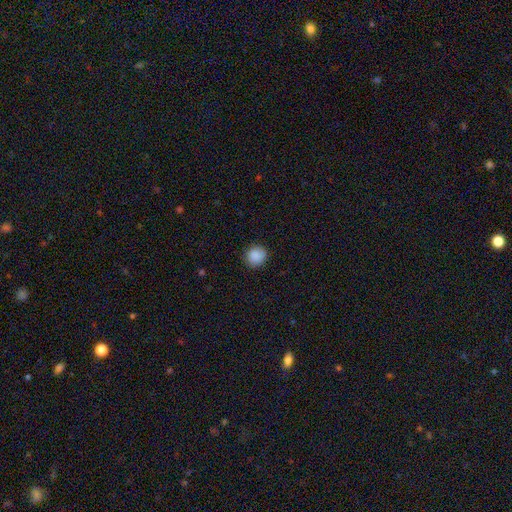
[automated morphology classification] smooth_or_featured: smooth (p=0.88) [alt: star or artifact p=0.08]
how_rounded: round (p=0.88) [alt: in between p=0.11]
merging: none (p=0.87) [alt: minor disturbance p=0.09]